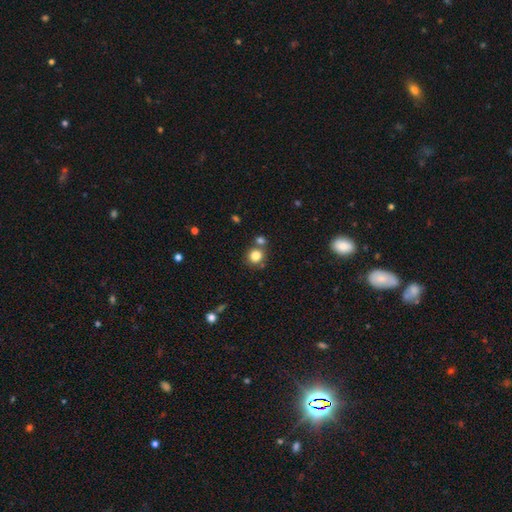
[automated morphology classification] Q: Smooth or featured?
A: smooth (82%); runner-up: star or artifact (11%)
Q: How rounded?
A: round (89%); runner-up: in between (10%)
Q: Merging?
A: none (68%); runner-up: merger (19%)